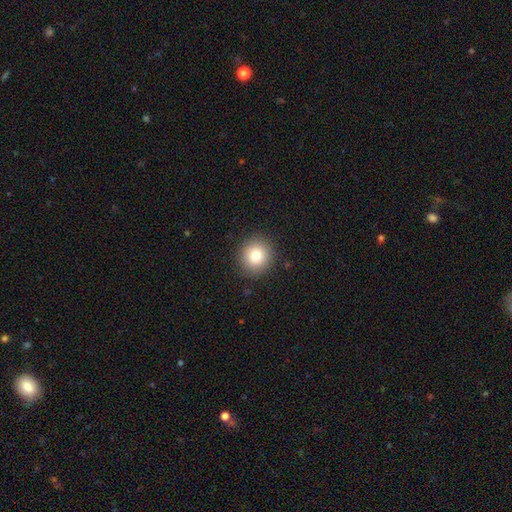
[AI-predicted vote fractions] smooth 80%, star or artifact 11%, featured or disk 9%. Down the decision tree: how rounded — round (91%); merging — none (91%).